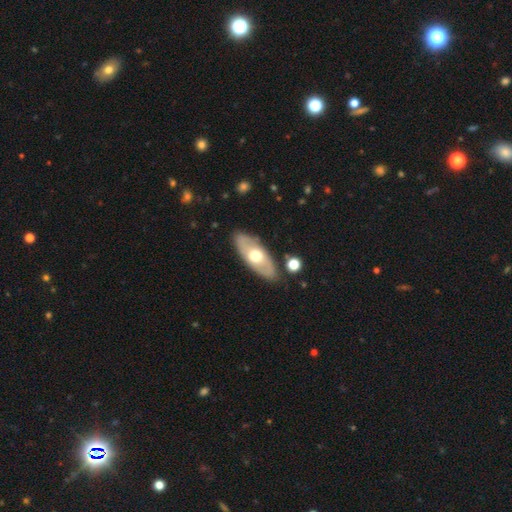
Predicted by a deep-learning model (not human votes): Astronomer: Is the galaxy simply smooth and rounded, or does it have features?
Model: featured or disk — 48% (runner-up: smooth, 47%).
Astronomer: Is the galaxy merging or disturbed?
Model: none — 83%.